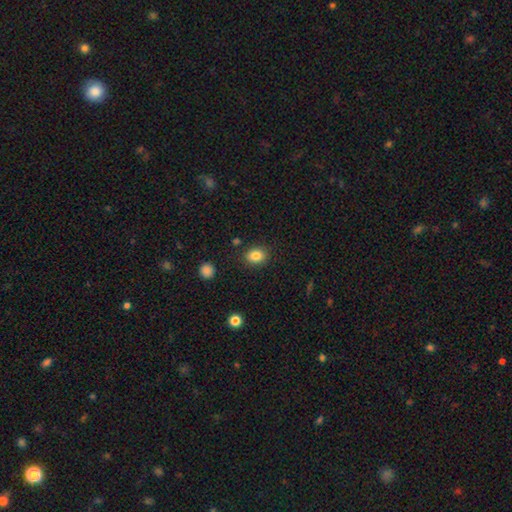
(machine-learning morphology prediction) Smooth or featured: smooth — 84% (star or artifact — 10%)
How rounded: round — 52% (in between — 47%)
Merging: none — 87% (minor disturbance — 9%)